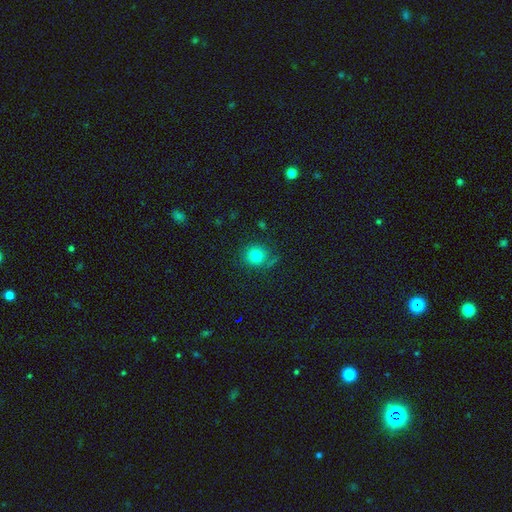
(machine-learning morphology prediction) A smooth galaxy with no disk features (80%) that is round (88%). Merging: none (79%).